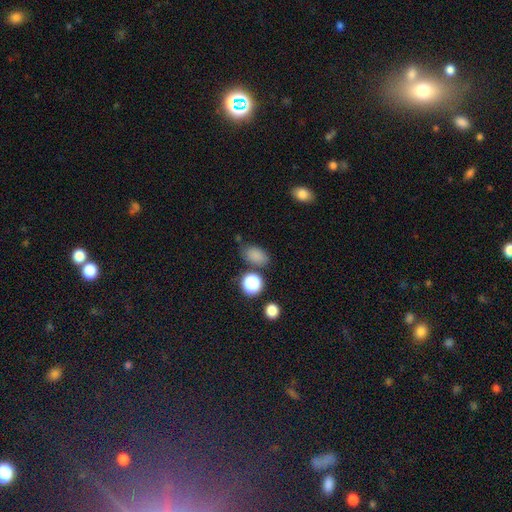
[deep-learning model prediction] Smooth or featured: smooth — 82% (star or artifact — 13%)
How rounded: in between — 83% (round — 16%)
Merging: none — 72% (minor disturbance — 16%)